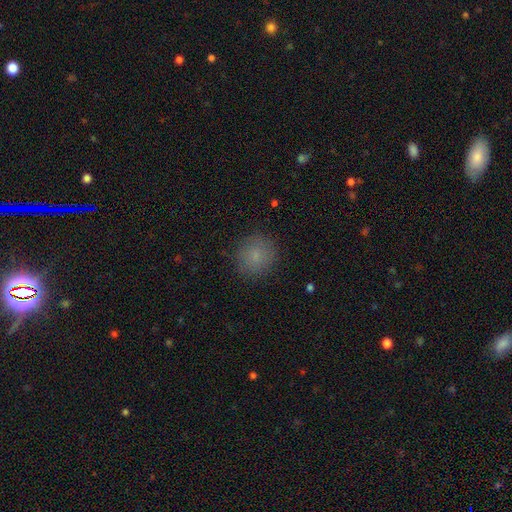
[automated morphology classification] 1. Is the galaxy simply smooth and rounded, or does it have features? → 82% smooth, 11% star or artifact, 7% featured or disk.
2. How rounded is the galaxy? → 91% round, 8% in between, 1% cigar-shaped.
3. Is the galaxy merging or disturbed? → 86% none, 10% minor disturbance, 3% major disturbance, 1% merger.